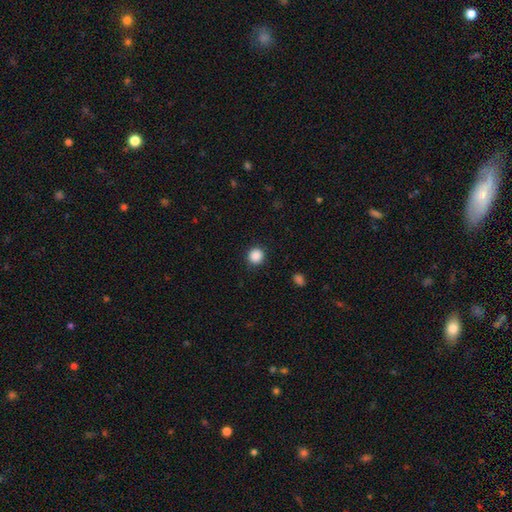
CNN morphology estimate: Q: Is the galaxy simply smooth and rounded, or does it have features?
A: smooth — 88%.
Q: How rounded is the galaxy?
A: round — 92%.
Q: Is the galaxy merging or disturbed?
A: none — 90%.